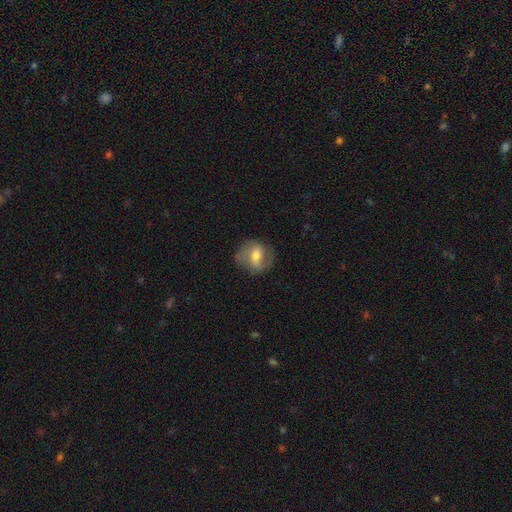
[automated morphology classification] The model was most divided on "bar": weak: 45%, strong: 31%, no: 24%. More confident: edge-on disk — no (95%); spiral arms — yes (79%); merging — none (69%); bulge size — moderate (61%); smooth or featured — featured or disk (59%).